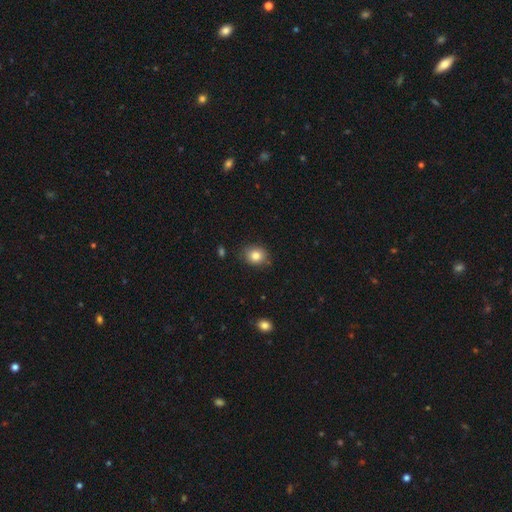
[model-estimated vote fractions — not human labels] A smooth galaxy with no disk features (82%) that is round (69%).

Vote fractions:
- Smooth or featured? smooth: 82% / star or artifact: 11% / featured or disk: 7%
- How rounded? round: 69% / in between: 30% / cigar-shaped: 1%
- Merging? none: 83% / minor disturbance: 12% / major disturbance: 2% / merger: 2%